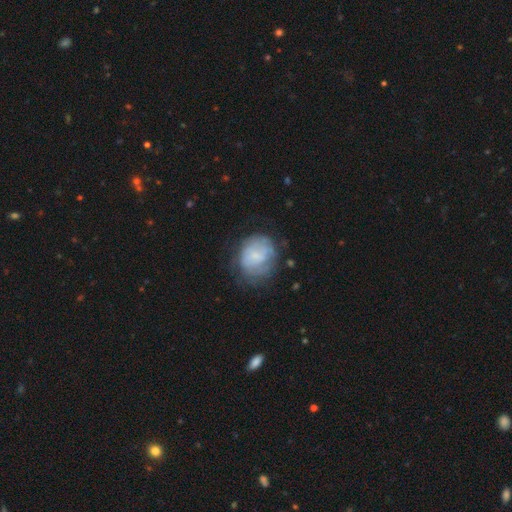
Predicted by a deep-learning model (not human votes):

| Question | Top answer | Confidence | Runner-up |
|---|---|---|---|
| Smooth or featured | smooth | 49% | featured or disk (42%) |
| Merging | none | 58% | minor disturbance (24%) |